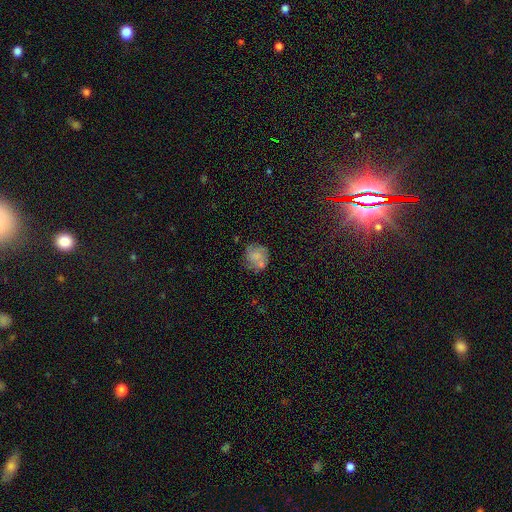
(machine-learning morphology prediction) Q: Smooth or featured?
A: smooth (57%); runner-up: featured or disk (33%)
Q: How rounded?
A: round (81%); runner-up: in between (18%)
Q: Merging?
A: none (57%); runner-up: minor disturbance (22%)